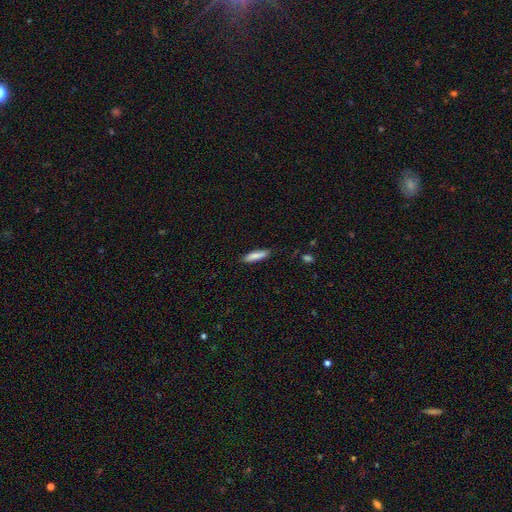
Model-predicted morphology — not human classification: Smooth or featured? smooth (83%)
How rounded? cigar-shaped (70%)
Merging? none (84%)